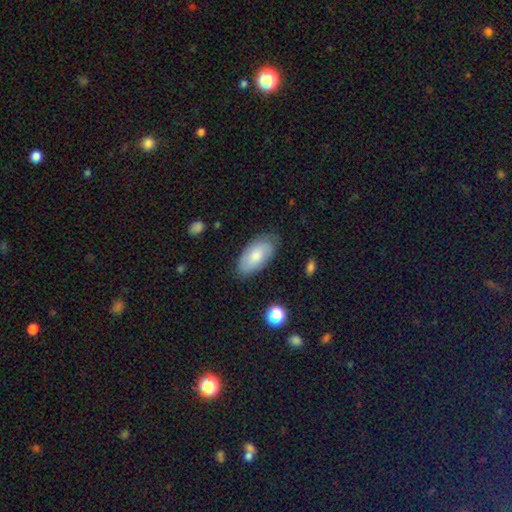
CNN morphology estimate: This is likely a smooth galaxy (69%). How rounded: clearly in between (94%). Merging: likely none (76%).